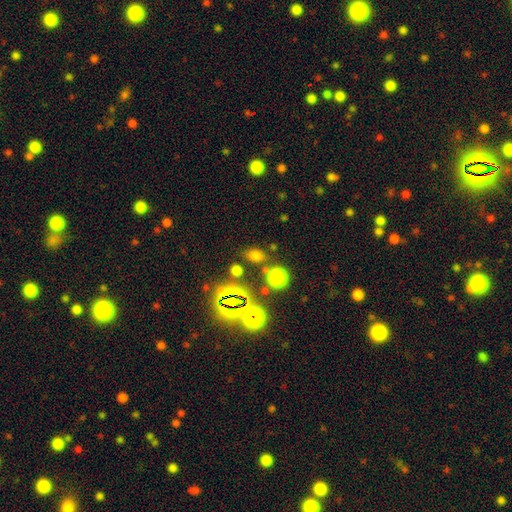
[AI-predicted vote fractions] smooth_or_featured: smooth (p=0.61) [alt: star or artifact p=0.32]
how_rounded: in between (p=0.66) [alt: round p=0.31]
merging: none (p=0.75) [alt: minor disturbance p=0.13]